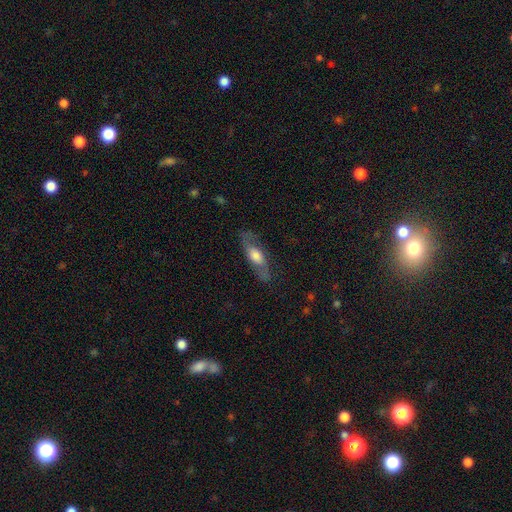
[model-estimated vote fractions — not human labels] Q: Smooth or featured?
A: featured or disk (53%); runner-up: smooth (41%)
Q: Edge-on disk?
A: no (57%); runner-up: yes (43%)
Q: Merging?
A: none (75%); runner-up: minor disturbance (16%)